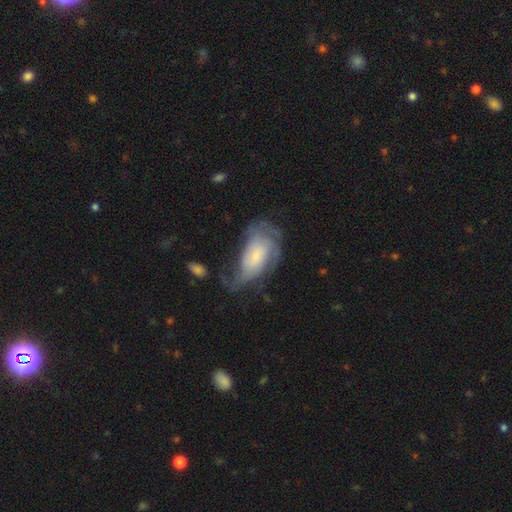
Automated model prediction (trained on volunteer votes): Smooth or featured: featured or disk — 62% (smooth — 31%)
Edge-on disk: no — 94% (yes — 6%)
Bar: no — 70% (weak — 24%)
Spiral arms: yes — 79% (no — 21%)
Bulge size: small — 60% (moderate — 23%)
Merging: none — 36% (major disturbance — 34%)